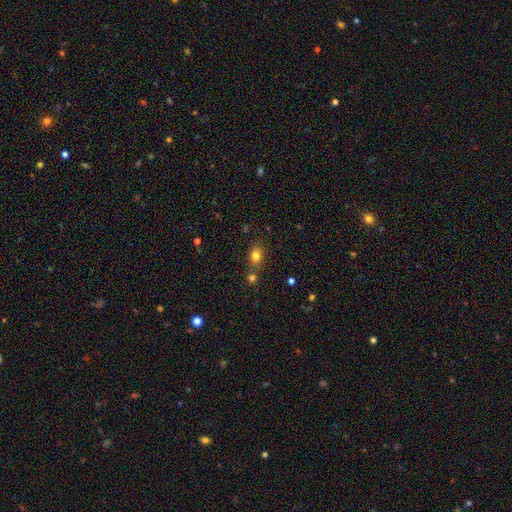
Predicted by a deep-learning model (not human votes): This is likely a smooth galaxy (78%). How rounded: possibly in between (50%). Merging: likely none (68%).